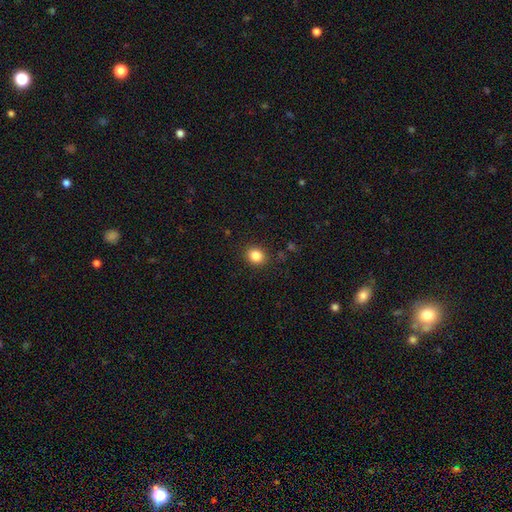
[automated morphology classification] smooth_or_featured: smooth (p=0.84) [alt: star or artifact p=0.11]
how_rounded: round (p=0.71) [alt: in between p=0.28]
merging: none (p=0.89) [alt: minor disturbance p=0.07]